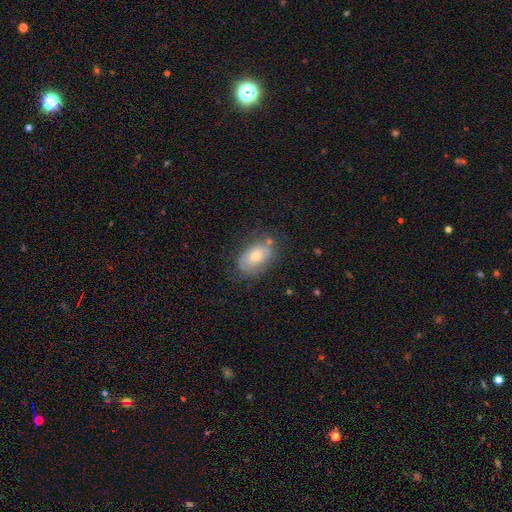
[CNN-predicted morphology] smooth-or-featured: smooth: 61% | featured or disk: 30% | star or artifact: 9%
  how-rounded: in between: 88% | round: 10% | cigar-shaped: 2%
  merging: none: 66% | minor disturbance: 23% | major disturbance: 7% | merger: 4%